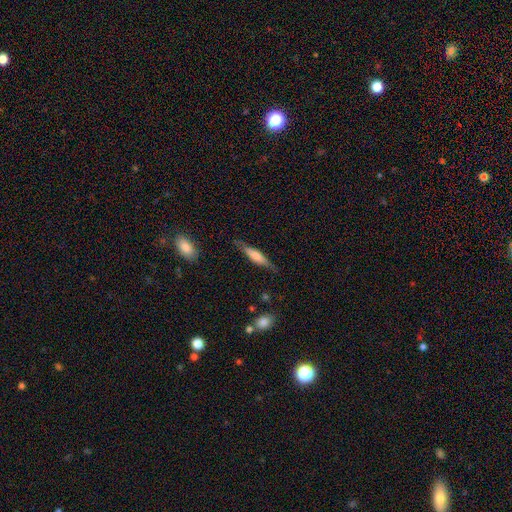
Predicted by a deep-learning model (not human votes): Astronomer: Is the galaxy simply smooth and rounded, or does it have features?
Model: smooth — 51% (runner-up: featured or disk, 43%).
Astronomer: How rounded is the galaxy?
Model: cigar-shaped — 78%.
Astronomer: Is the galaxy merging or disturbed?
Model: none — 79%.